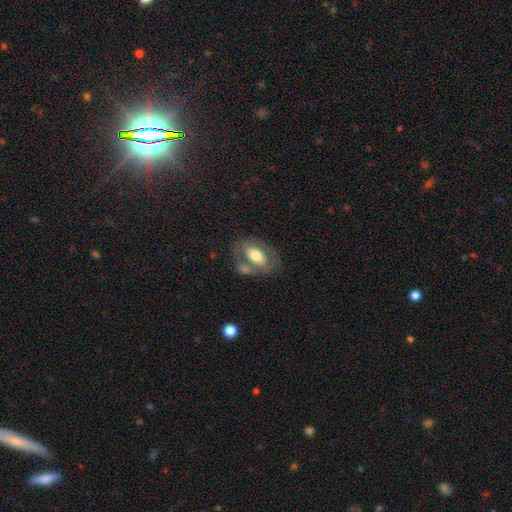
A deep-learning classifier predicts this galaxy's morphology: The model was most divided on "smooth or featured": smooth: 53%, featured or disk: 40%, star or artifact: 7%. More confident: how rounded — in between (88%); merging — none (53%).